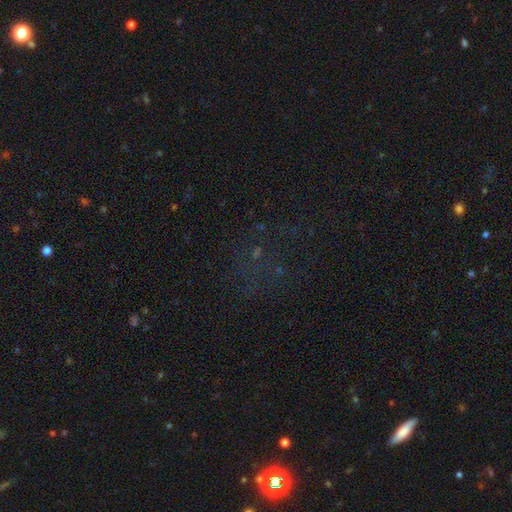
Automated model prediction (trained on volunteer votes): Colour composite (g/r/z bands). It shows a star or artifact, not a galaxy (60%).